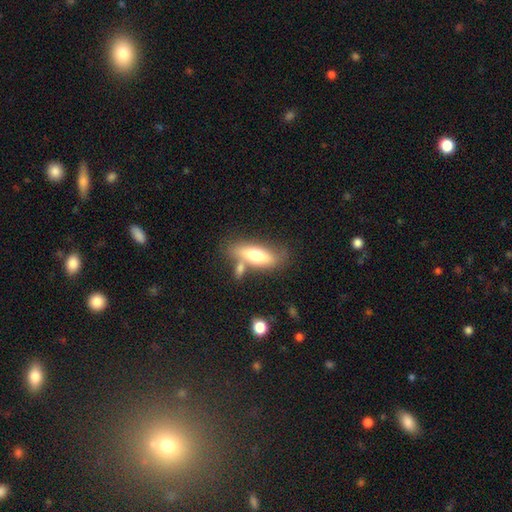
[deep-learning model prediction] This is likely a smooth galaxy (65%). How rounded: possibly in between (58%). Merging: possibly none (58%).